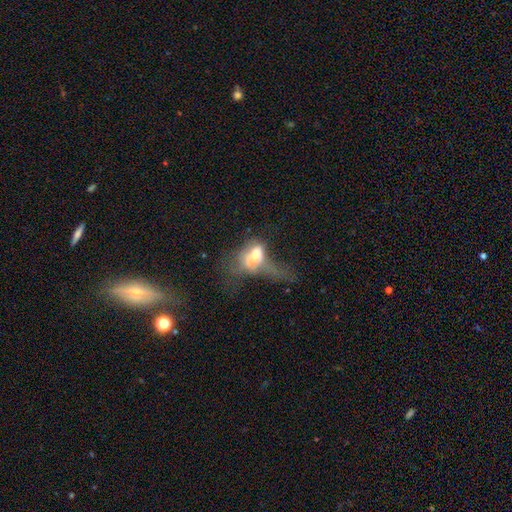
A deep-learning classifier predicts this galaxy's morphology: Smooth or featured?
  - smooth: 51% *
  - featured or disk: 37%
  - star or artifact: 12%
How rounded?
  - in between: 75% *
  - round: 20%
  - cigar-shaped: 5%
Merging?
  - major disturbance: 45% *
  - merger: 31%
  - none: 12%
  - minor disturbance: 11%